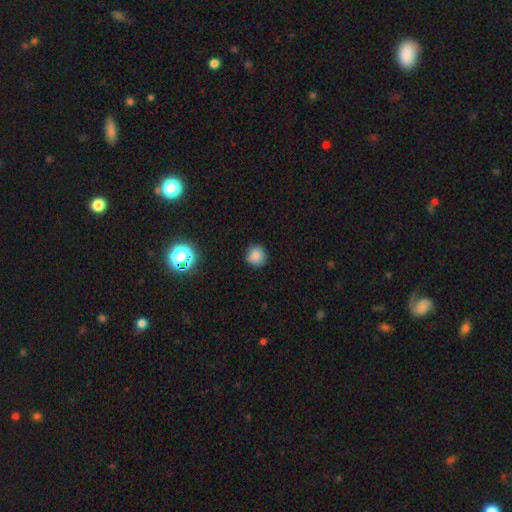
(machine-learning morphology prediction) A smooth galaxy with no disk features (84%) that is round (91%).

Vote fractions:
- Smooth or featured? smooth: 84% / star or artifact: 13% / featured or disk: 4%
- How rounded? round: 91% / in between: 8% / cigar-shaped: 1%
- Merging? none: 86% / minor disturbance: 10% / major disturbance: 3% / merger: 1%